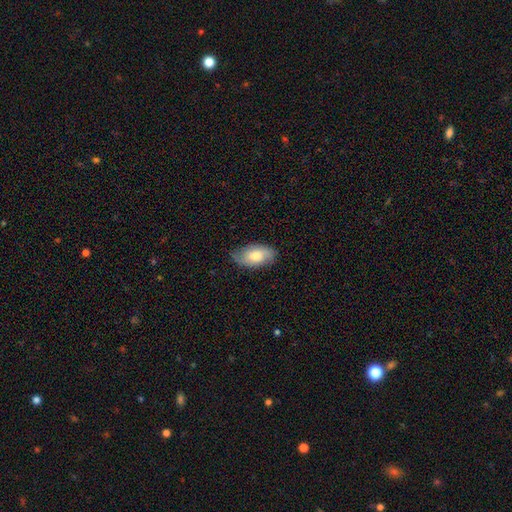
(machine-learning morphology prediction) This appears to be a smooth galaxy with no disk features (55%) that is in between round and cigar-shaped (93%). Merging: none (74%).